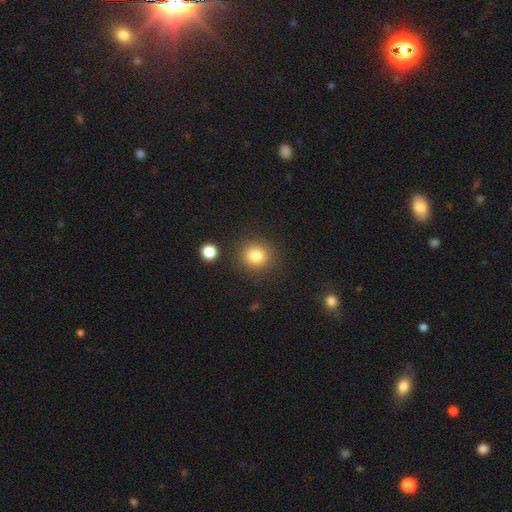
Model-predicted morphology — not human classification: smooth-or-featured: smooth: 82% | star or artifact: 11% | featured or disk: 6%
  how-rounded: round: 90% | in between: 9% | cigar-shaped: 1%
  merging: none: 86% | minor disturbance: 7% | merger: 3% | major disturbance: 3%